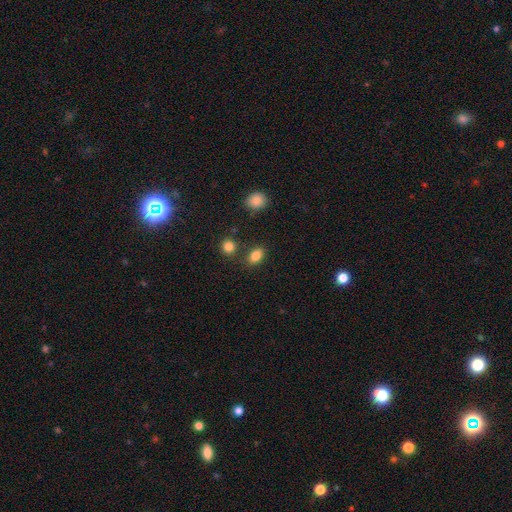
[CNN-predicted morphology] This is clearly a smooth galaxy (85%). How rounded: clearly in between (81%). Merging: likely none (78%).